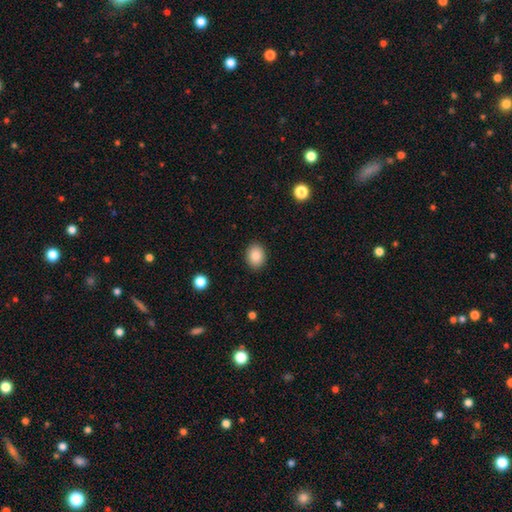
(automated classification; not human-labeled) Morphology: type=smooth (87%); roundness=in between (51%); merging=none (90%).